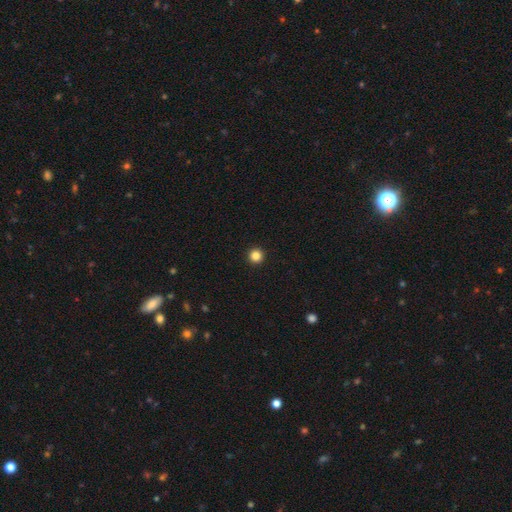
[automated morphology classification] smooth-or-featured: smooth: 85% | star or artifact: 11% | featured or disk: 4%
  how-rounded: round: 96% | in between: 3% | cigar-shaped: 1%
  merging: none: 95% | minor disturbance: 3% | major disturbance: 1% | merger: 1%